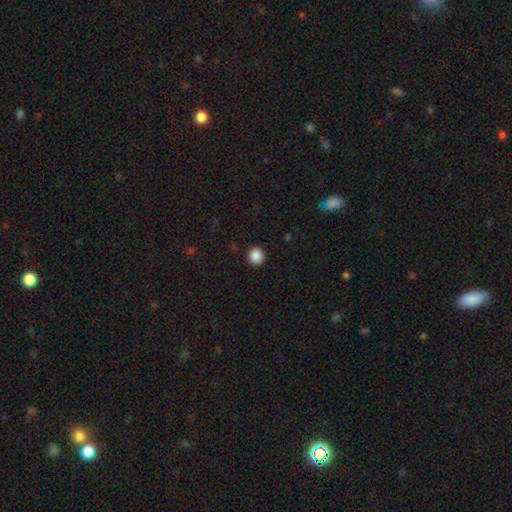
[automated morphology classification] smooth-or-featured: smooth: 88% | star or artifact: 10% | featured or disk: 3%
  how-rounded: round: 94% | in between: 5% | cigar-shaped: 1%
  merging: none: 93% | minor disturbance: 5% | major disturbance: 2% | merger: 1%